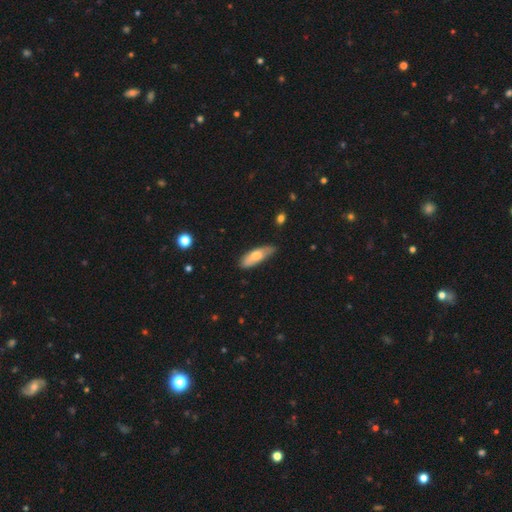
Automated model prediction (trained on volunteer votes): Smooth or featured: smooth — 66% (featured or disk — 28%)
How rounded: in between — 56% (cigar-shaped — 42%)
Merging: none — 68% (minor disturbance — 26%)